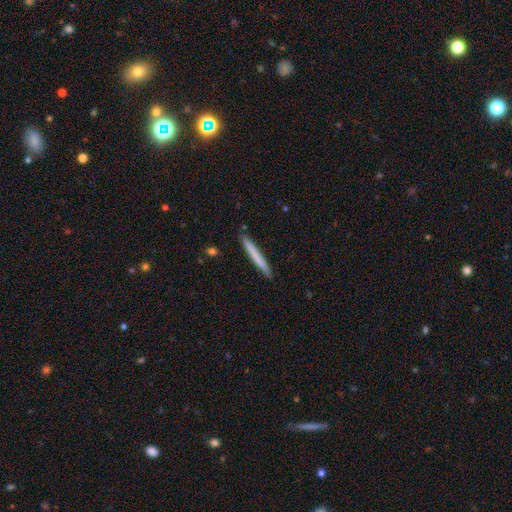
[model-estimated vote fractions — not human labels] Smooth or featured? Predicted: smooth (p=0.71). How rounded? Predicted: cigar-shaped (p=0.97). Merging? Predicted: none (p=0.90).